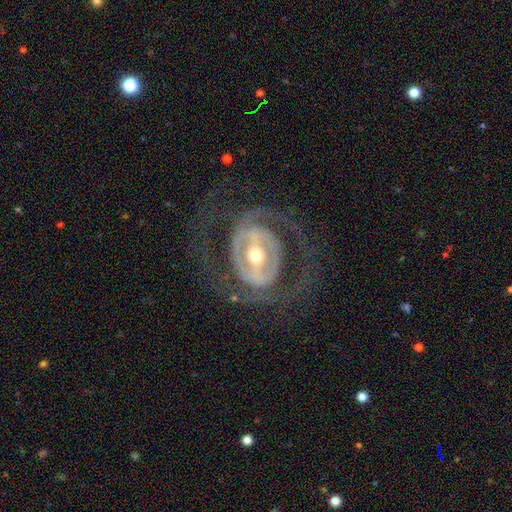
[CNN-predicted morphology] This appears to be a featured or disk galaxy (88%) with a strong bar (58%), 2 (68%) tight (44%) spiral arms (79%) and a moderate central bulge (65%). Merging: none (68%).